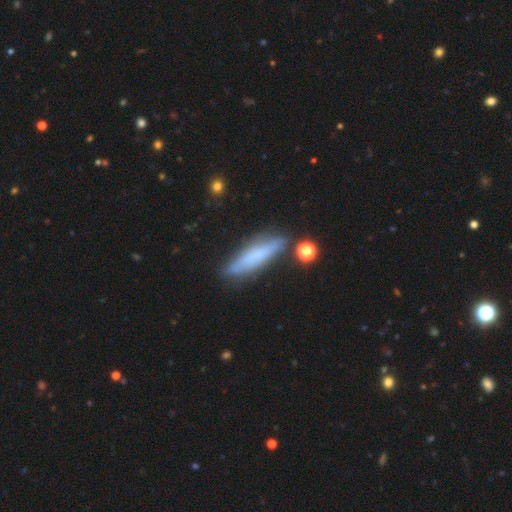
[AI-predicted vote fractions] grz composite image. It shows a smooth galaxy with no disk features (55%) that is cigar-shaped (81%). Merging: none (75%).